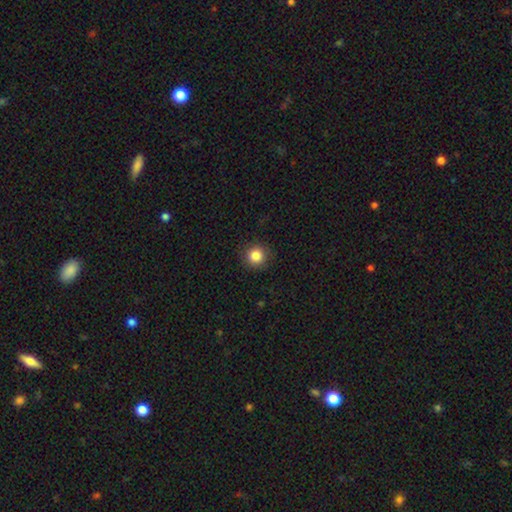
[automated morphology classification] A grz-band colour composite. It shows a smooth galaxy with no disk features (85%) that is round (94%). Merging: none (91%).